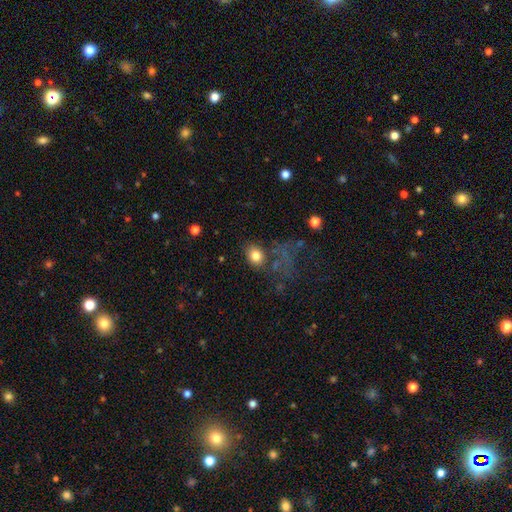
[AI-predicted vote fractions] smooth_or_featured: smooth (p=0.80) [alt: star or artifact p=0.10]
how_rounded: in between (p=0.55) [alt: round p=0.44]
merging: none (p=0.61) [alt: minor disturbance p=0.16]